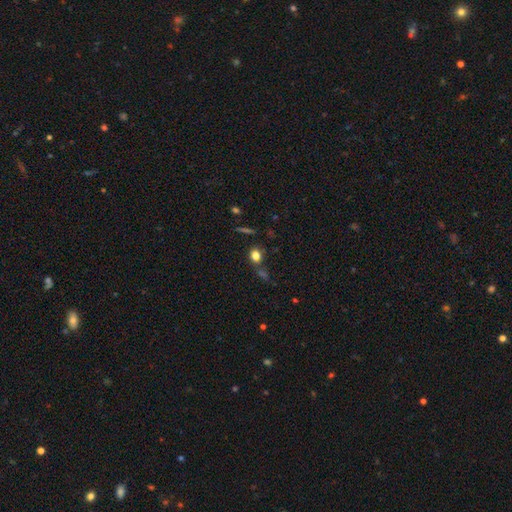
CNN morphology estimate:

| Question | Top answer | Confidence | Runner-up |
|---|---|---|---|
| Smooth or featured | smooth | 77% | star or artifact (15%) |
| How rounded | round | 62% | in between (36%) |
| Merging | none | 69% | merger (13%) |